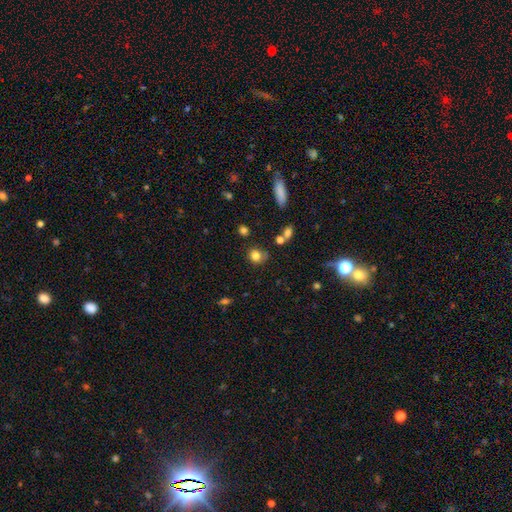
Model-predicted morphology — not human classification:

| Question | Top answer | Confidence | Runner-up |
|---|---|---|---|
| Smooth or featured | smooth | 81% | star or artifact (12%) |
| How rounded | round | 77% | in between (22%) |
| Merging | none | 69% | minor disturbance (20%) |